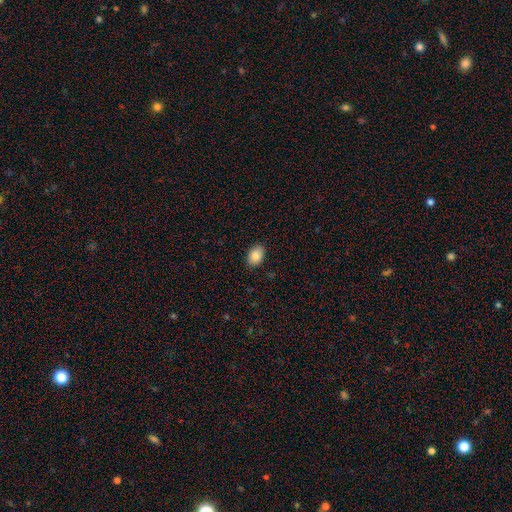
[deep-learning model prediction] This appears to be a smooth galaxy with no disk features (88%) that is in between round and cigar-shaped (83%). Merging: none (88%).